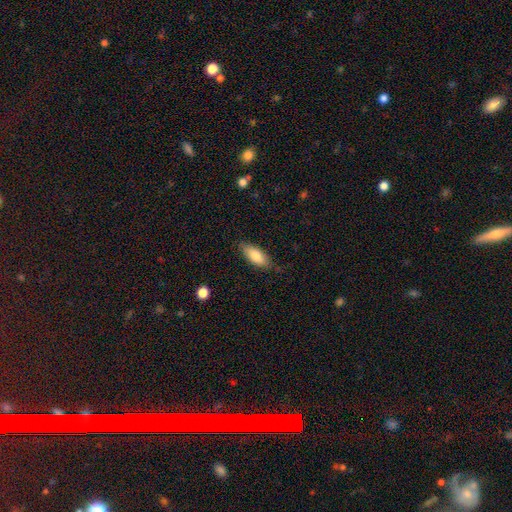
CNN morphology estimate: Smooth or featured: smooth — 79% (featured or disk — 14%)
How rounded: in between — 78% (cigar-shaped — 19%)
Merging: none — 79% (minor disturbance — 17%)